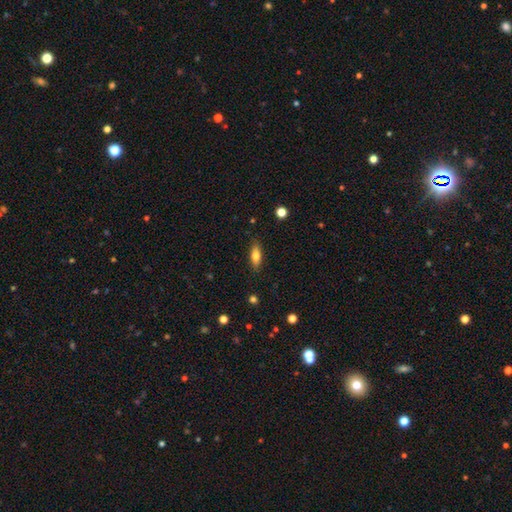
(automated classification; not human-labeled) A smooth galaxy with no disk features (78%) that is in between round and cigar-shaped (68%). Merging: none (85%).